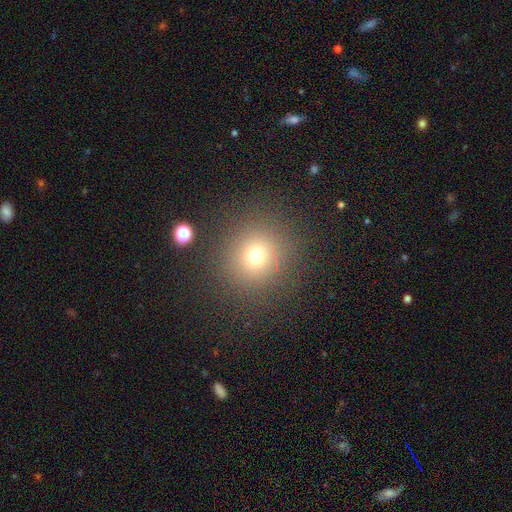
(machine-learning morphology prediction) Smooth or featured?
  - smooth: 70% *
  - star or artifact: 19%
  - featured or disk: 11%
How rounded?
  - round: 92% *
  - in between: 7%
  - cigar-shaped: 1%
Merging?
  - none: 85% *
  - minor disturbance: 8%
  - major disturbance: 5%
  - merger: 2%